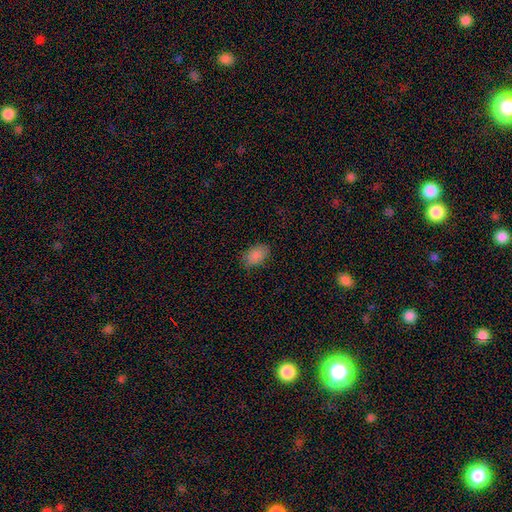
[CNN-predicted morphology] Smooth or featured: smooth — 87% (star or artifact — 8%)
How rounded: in between — 90% (round — 9%)
Merging: none — 81% (minor disturbance — 14%)